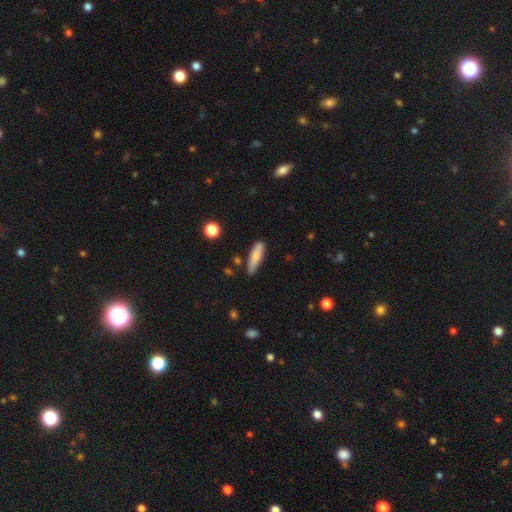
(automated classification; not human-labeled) Smooth or featured?
  - smooth: 80% *
  - featured or disk: 14%
  - star or artifact: 6%
How rounded?
  - cigar-shaped: 68% *
  - in between: 30%
  - round: 2%
Merging?
  - none: 74% *
  - minor disturbance: 19%
  - merger: 4%
  - major disturbance: 3%